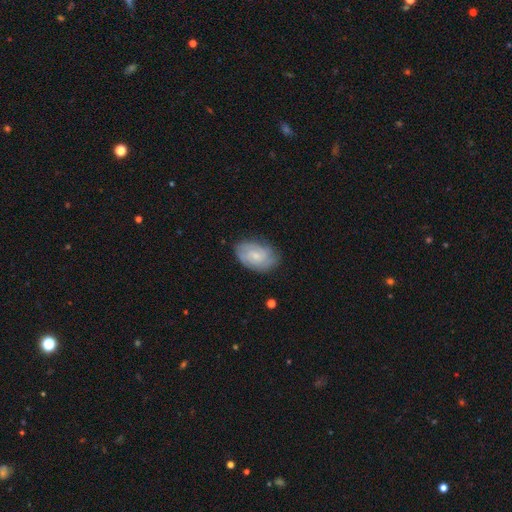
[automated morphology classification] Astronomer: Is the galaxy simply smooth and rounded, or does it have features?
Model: featured or disk — 61%.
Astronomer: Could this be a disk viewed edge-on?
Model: no — 97%.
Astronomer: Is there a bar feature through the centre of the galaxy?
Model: no — 63%.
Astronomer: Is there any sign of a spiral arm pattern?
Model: yes — 88%.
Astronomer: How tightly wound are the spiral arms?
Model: tight — 57% (runner-up: medium, 34%).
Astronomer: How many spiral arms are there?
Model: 2 — 37%, tied with can't tell at 37%.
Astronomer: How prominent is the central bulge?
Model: small — 62%.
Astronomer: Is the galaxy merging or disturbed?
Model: none — 75%.